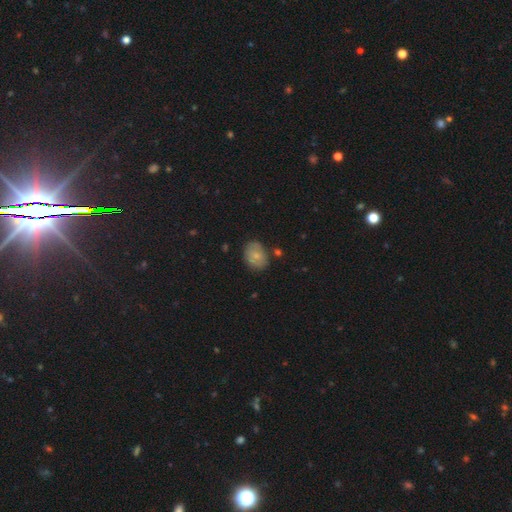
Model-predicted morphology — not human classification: This appears to be a smooth galaxy with no disk features (67%) that is in between round and cigar-shaped (64%). Merging: none (74%).